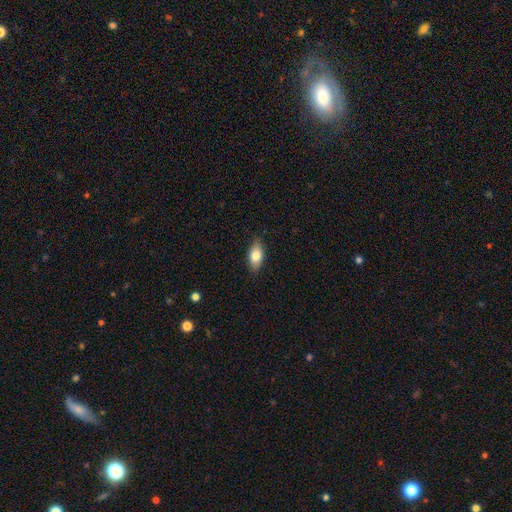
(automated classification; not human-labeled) Smooth or featured?
  - smooth: 77% *
  - featured or disk: 16%
  - star or artifact: 7%
How rounded?
  - in between: 88% *
  - cigar-shaped: 8%
  - round: 5%
Merging?
  - none: 86% *
  - minor disturbance: 11%
  - major disturbance: 2%
  - merger: 1%